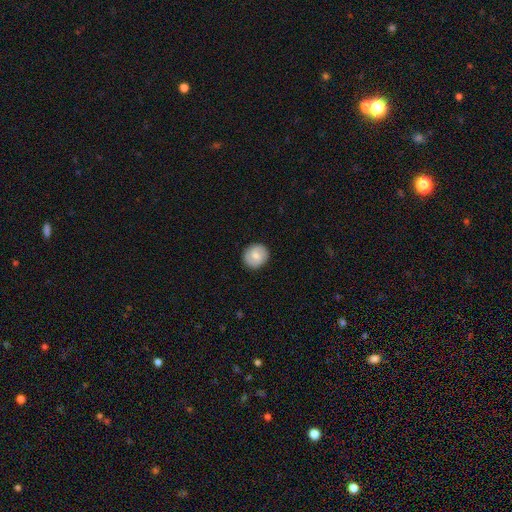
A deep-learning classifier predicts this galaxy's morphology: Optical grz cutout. It shows a smooth galaxy with no disk features (62%) that is round (84%). Merging: none (89%).